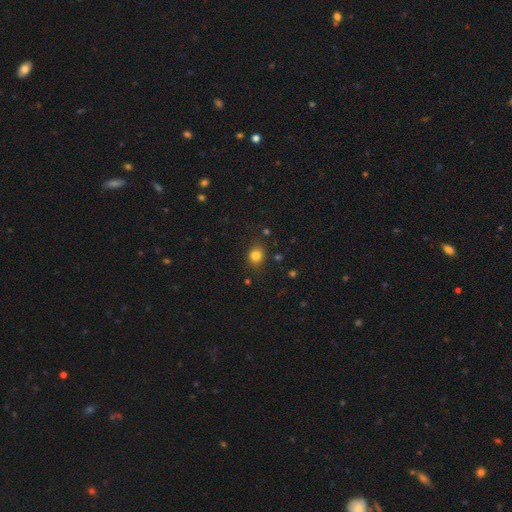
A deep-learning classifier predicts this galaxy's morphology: Overall: smooth (82%). How rounded: round (63%; in between 36%). Merging: none (81%).